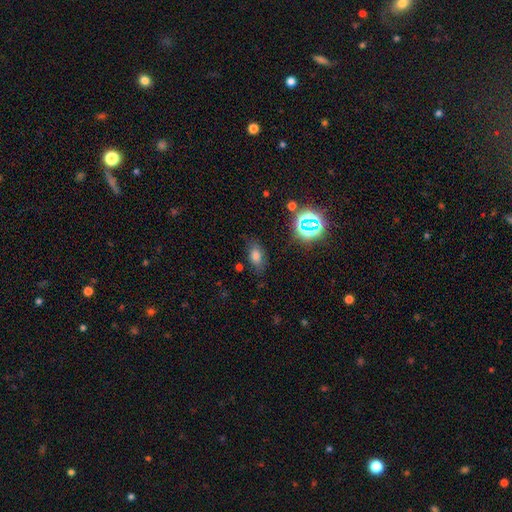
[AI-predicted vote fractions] smooth_or_featured: smooth (p=0.69) [alt: star or artifact p=0.20]
how_rounded: in between (p=0.85) [alt: round p=0.11]
merging: none (p=0.76) [alt: minor disturbance p=0.17]